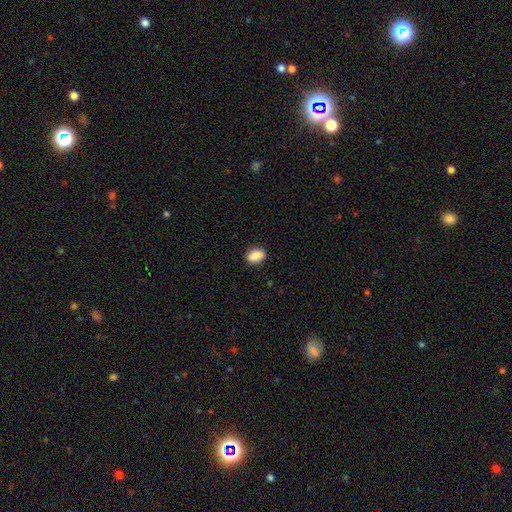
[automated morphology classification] Smooth or featured?
  - smooth: 88% *
  - star or artifact: 8%
  - featured or disk: 4%
How rounded?
  - in between: 83% *
  - round: 14%
  - cigar-shaped: 3%
Merging?
  - none: 87% *
  - minor disturbance: 9%
  - major disturbance: 2%
  - merger: 1%